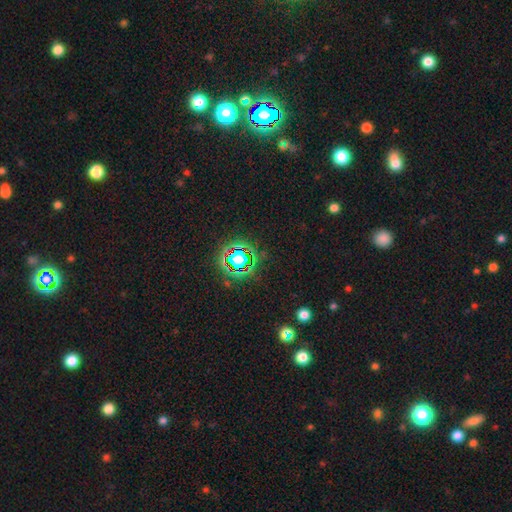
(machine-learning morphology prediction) Smooth or featured? star or artifact (80%)